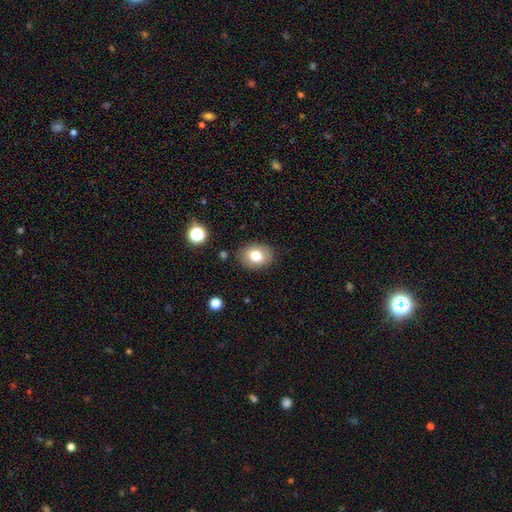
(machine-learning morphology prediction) Smooth or featured: smooth — 78% (featured or disk — 13%)
How rounded: in between — 62% (round — 37%)
Merging: none — 86% (minor disturbance — 10%)